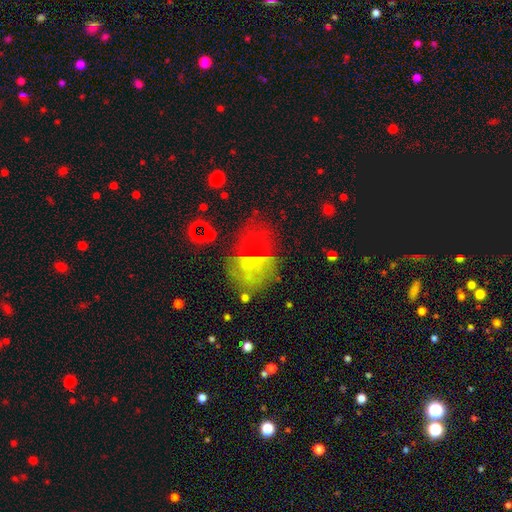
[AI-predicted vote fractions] Smooth or featured? featured or disk (35%)
Merging? none (46%)